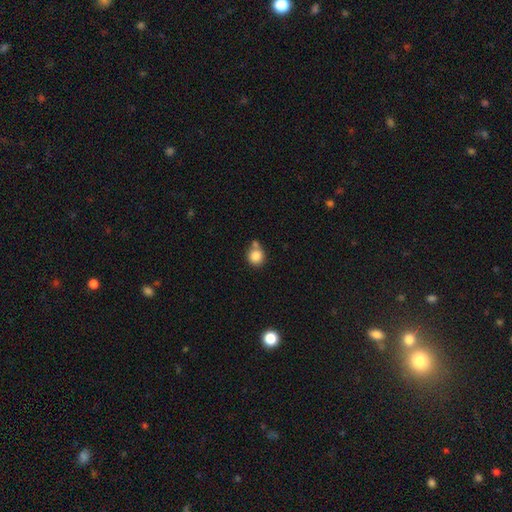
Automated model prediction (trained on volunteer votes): smooth_or_featured: smooth (p=0.84) [alt: star or artifact p=0.10]
how_rounded: round (p=0.87) [alt: in between p=0.12]
merging: none (p=0.56) [alt: merger p=0.26]